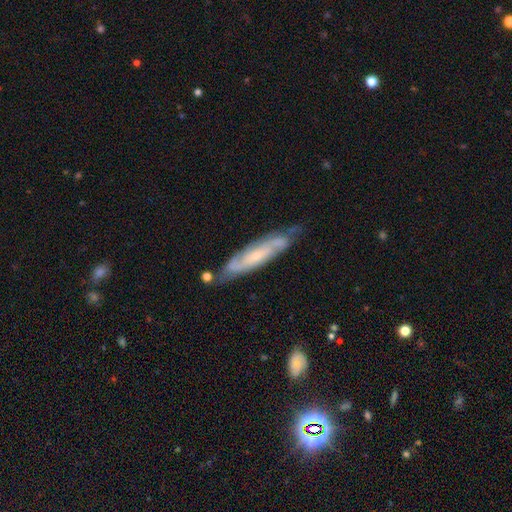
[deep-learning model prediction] Q: Smooth or featured?
A: featured or disk (75%); runner-up: smooth (20%)
Q: Edge-on disk?
A: no (73%); runner-up: yes (27%)
Q: Bar?
A: no (60%); runner-up: weak (30%)
Q: Spiral arms?
A: yes (92%); runner-up: no (8%)
Q: Spiral winding?
A: tight (49%); runner-up: medium (39%)
Q: Spiral arm count?
A: 2 (57%); runner-up: can't tell (28%)
Q: Bulge size?
A: small (69%); runner-up: moderate (24%)
Q: Merging?
A: none (69%); runner-up: minor disturbance (22%)